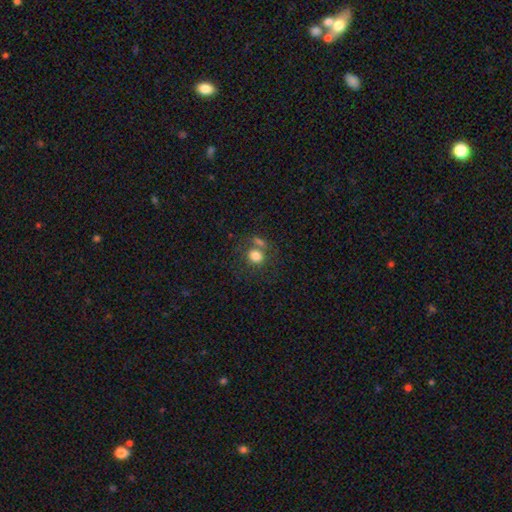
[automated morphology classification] Overall: smooth (80%). How rounded: round (68%; in between 31%). Merging: none (56%; merger 26%).